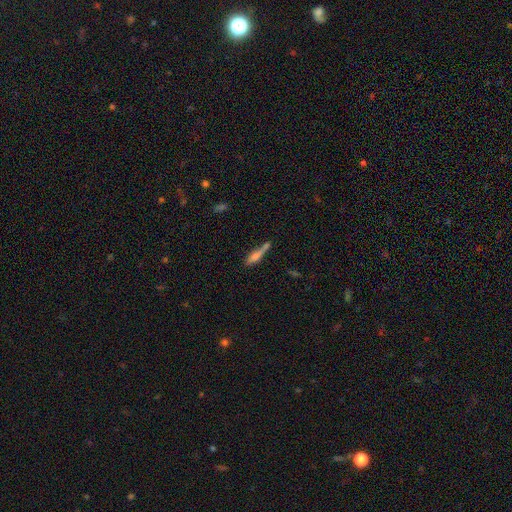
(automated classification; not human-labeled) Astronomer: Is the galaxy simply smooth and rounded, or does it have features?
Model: smooth — 52% (runner-up: featured or disk, 36%).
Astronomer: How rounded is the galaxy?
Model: cigar-shaped — 75%.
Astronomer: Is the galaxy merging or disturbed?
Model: none — 47% (runner-up: merger, 24%).